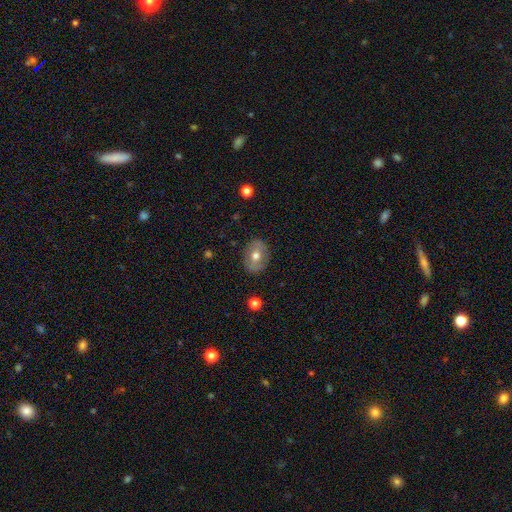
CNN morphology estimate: Overall: smooth (57%; featured or disk 35%). How rounded: in between (55%; round 43%). Merging: none (85%).